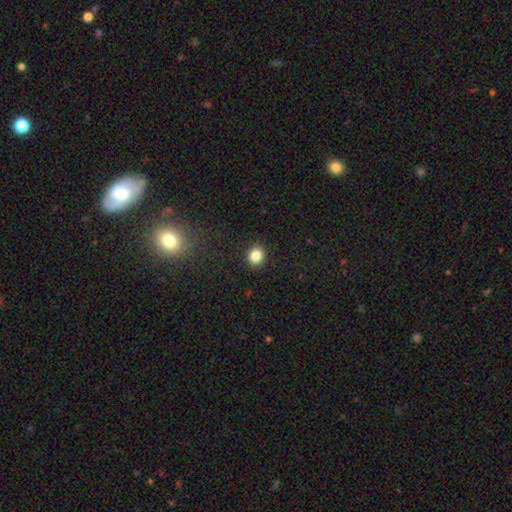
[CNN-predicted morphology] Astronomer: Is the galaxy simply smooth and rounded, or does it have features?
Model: smooth — 84%.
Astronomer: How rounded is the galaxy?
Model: round — 65%.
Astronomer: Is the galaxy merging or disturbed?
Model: none — 90%.